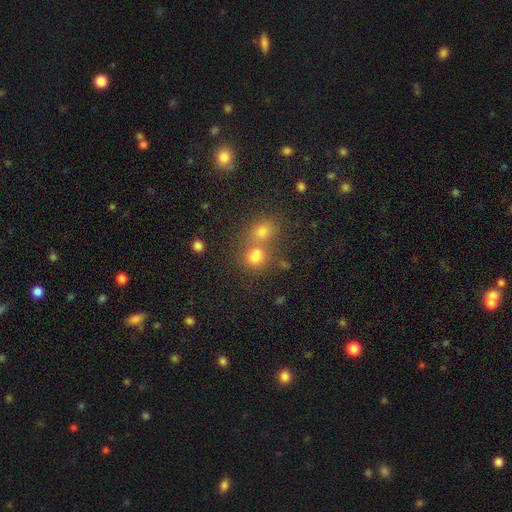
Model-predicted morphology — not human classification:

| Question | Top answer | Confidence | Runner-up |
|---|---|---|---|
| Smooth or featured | smooth | 76% | star or artifact (15%) |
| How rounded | round | 68% | in between (31%) |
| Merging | merger | 49% | none (40%) |